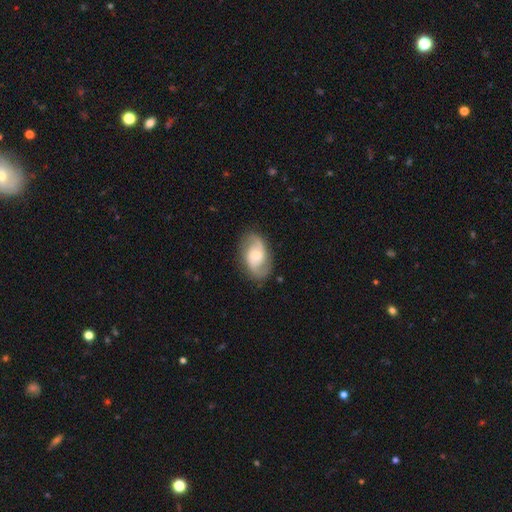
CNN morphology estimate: Q: Smooth or featured?
A: featured or disk (74%); runner-up: smooth (20%)
Q: Edge-on disk?
A: no (97%); runner-up: yes (3%)
Q: Bar?
A: no (49%); runner-up: weak (41%)
Q: Spiral arms?
A: yes (94%); runner-up: no (6%)
Q: Spiral winding?
A: medium (49%); runner-up: loose (32%)
Q: Spiral arm count?
A: 2 (89%); runner-up: can't tell (5%)
Q: Bulge size?
A: moderate (42%); runner-up: small (41%)
Q: Merging?
A: none (79%); runner-up: minor disturbance (14%)